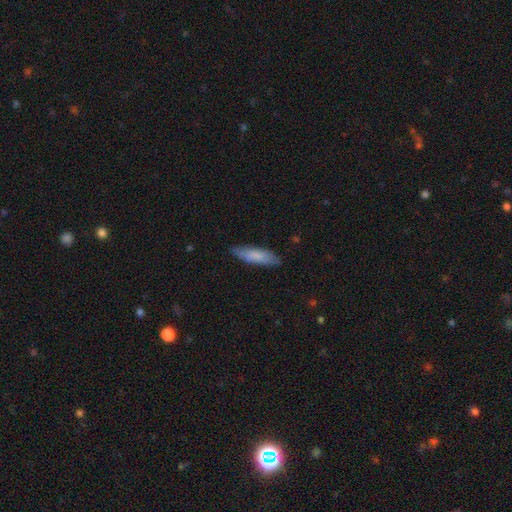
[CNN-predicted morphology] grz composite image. It shows a smooth galaxy with no disk features (79%) that is cigar-shaped (63%). Merging: none (81%).